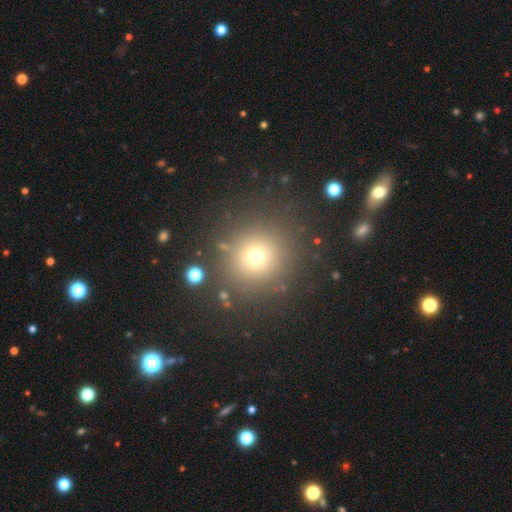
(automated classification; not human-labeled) smooth_or_featured: smooth (p=0.70) [alt: star or artifact p=0.20]
how_rounded: round (p=0.92) [alt: in between p=0.07]
merging: none (p=0.84) [alt: minor disturbance p=0.08]